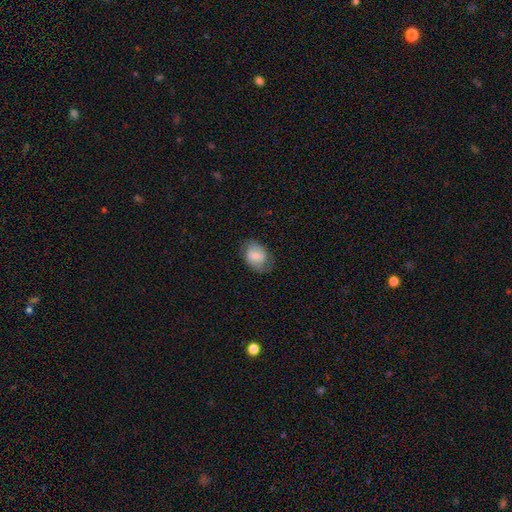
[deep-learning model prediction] A smooth galaxy with no disk features (60%) that is in between round and cigar-shaped (70%).

Vote fractions:
- Smooth or featured? smooth: 60% / featured or disk: 33% / star or artifact: 7%
- How rounded? in between: 70% / round: 29% / cigar-shaped: 1%
- Merging? none: 66% / minor disturbance: 23% / major disturbance: 10% / merger: 1%